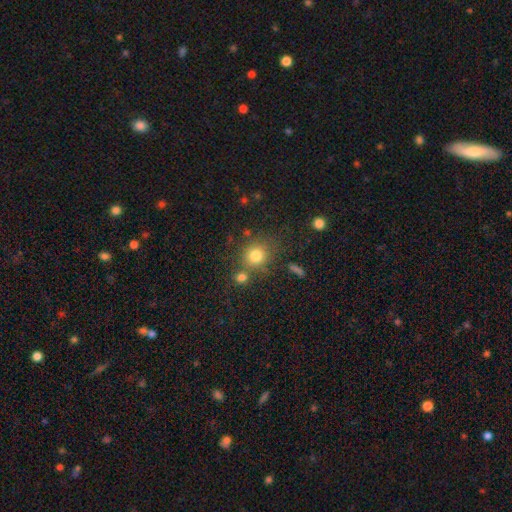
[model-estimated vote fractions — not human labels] Smooth or featured?
  - smooth: 78% *
  - star or artifact: 13%
  - featured or disk: 8%
How rounded?
  - round: 85% *
  - in between: 14%
  - cigar-shaped: 1%
Merging?
  - none: 69% *
  - merger: 15%
  - minor disturbance: 11%
  - major disturbance: 5%